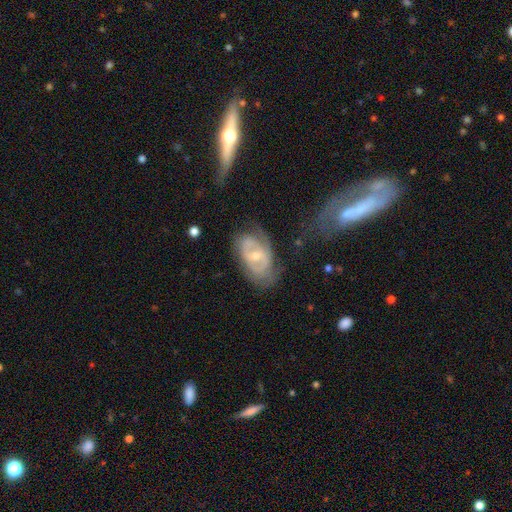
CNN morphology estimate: Smooth or featured: featured or disk — 73% (smooth — 20%)
Edge-on disk: no — 95% (yes — 5%)
Bar: weak — 44% (no — 41%)
Spiral arms: yes — 73% (no — 27%)
Spiral winding: tight — 50% (medium — 36%)
Spiral arm count: 2 — 50% (can't tell — 35%)
Bulge size: small — 53% (moderate — 43%)
Merging: none — 58% (minor disturbance — 25%)